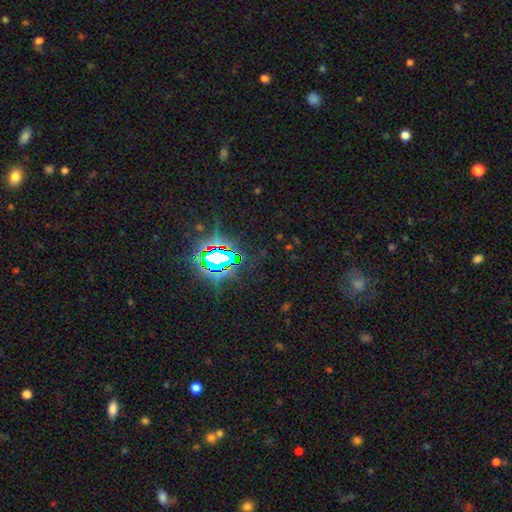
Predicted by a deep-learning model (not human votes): Smooth or featured? star or artifact (80%)